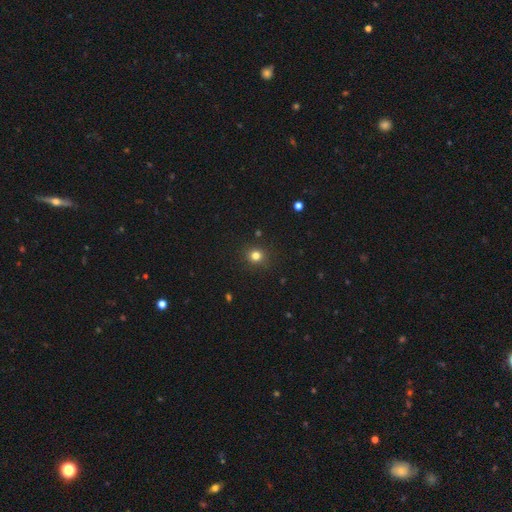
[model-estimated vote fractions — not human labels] Smooth or featured?
  - smooth: 80% *
  - star or artifact: 15%
  - featured or disk: 5%
How rounded?
  - round: 89% *
  - in between: 10%
  - cigar-shaped: 1%
Merging?
  - none: 90% *
  - minor disturbance: 7%
  - major disturbance: 2%
  - merger: 1%